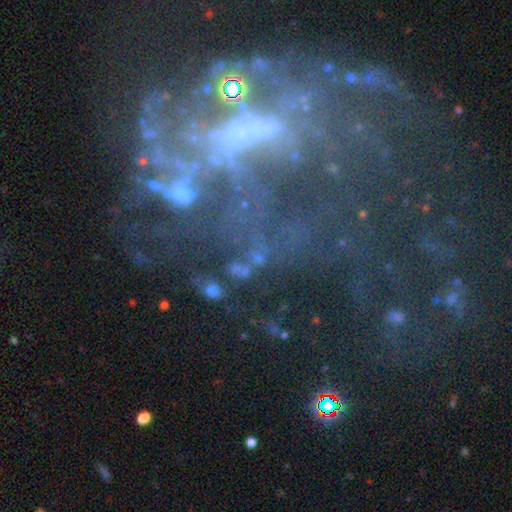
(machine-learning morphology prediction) Smooth or featured? featured or disk (67%)
Edge-on disk? no (97%)
Bar? no (57%)
Spiral arms? no (59%)
Bulge size? none (46%)
Merging? major disturbance (39%)